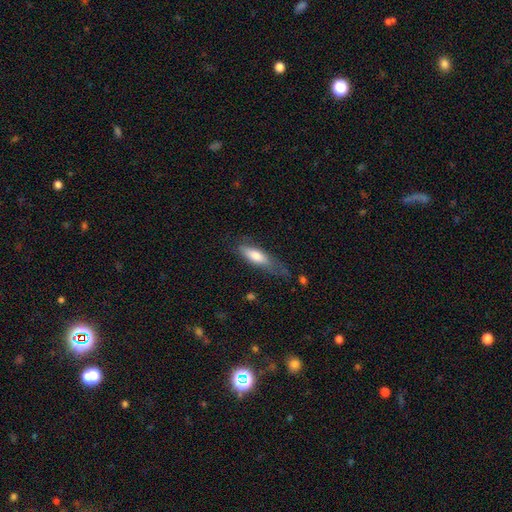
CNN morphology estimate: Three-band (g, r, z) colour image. It shows a smooth galaxy with no disk features (71%) that is cigar-shaped (53%). Merging: none (48%).